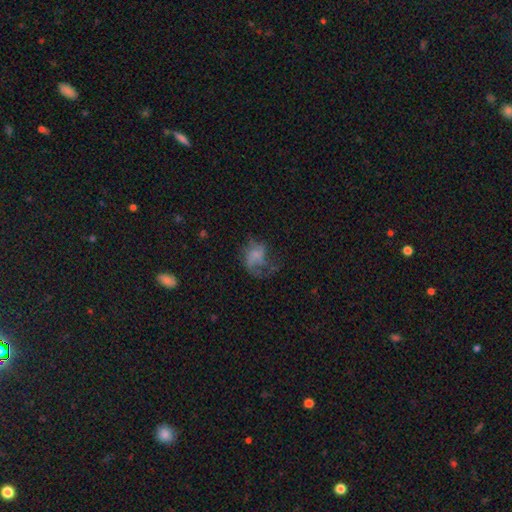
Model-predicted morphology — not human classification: Smooth or featured? Predicted: featured or disk (p=0.49). Merging? Predicted: major disturbance (p=0.50).